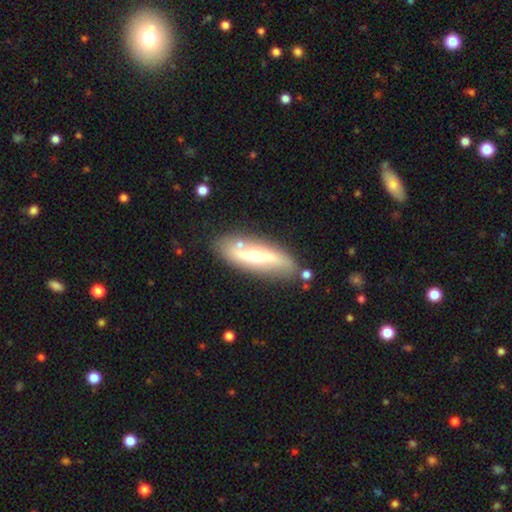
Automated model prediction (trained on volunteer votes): Q: Smooth or featured?
A: featured or disk (64%); runner-up: smooth (30%)
Q: Edge-on disk?
A: no (65%); runner-up: yes (35%)
Q: Merging?
A: none (78%); runner-up: minor disturbance (13%)